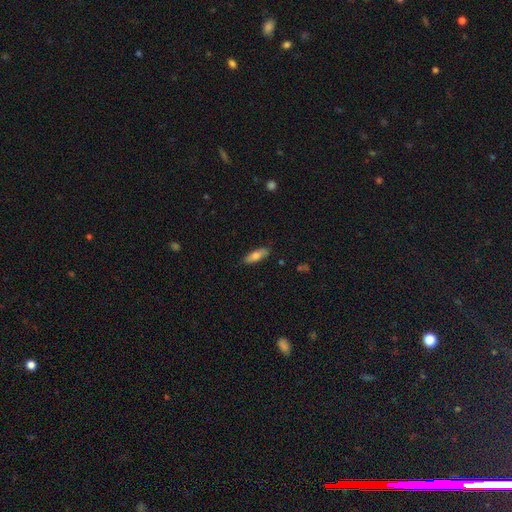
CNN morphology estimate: Smooth or featured? smooth (74%)
How rounded? in between (57%)
Merging? none (86%)